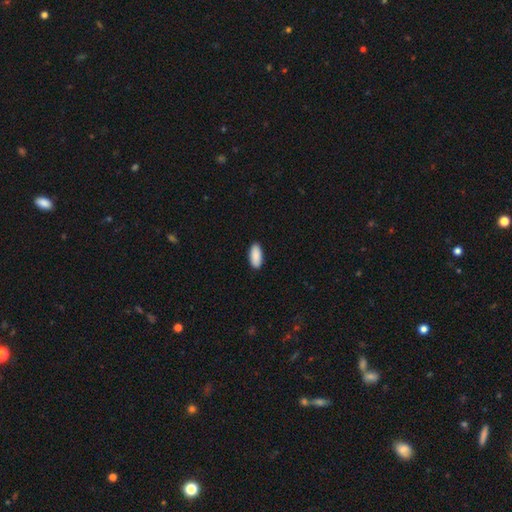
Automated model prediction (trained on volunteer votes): A smooth galaxy with no disk features (91%) that is in between round and cigar-shaped (90%).

Vote fractions:
- Smooth or featured? smooth: 91% / star or artifact: 6% / featured or disk: 3%
- How rounded? in between: 90% / cigar-shaped: 9% / round: 2%
- Merging? none: 90% / minor disturbance: 7% / major disturbance: 2% / merger: 1%